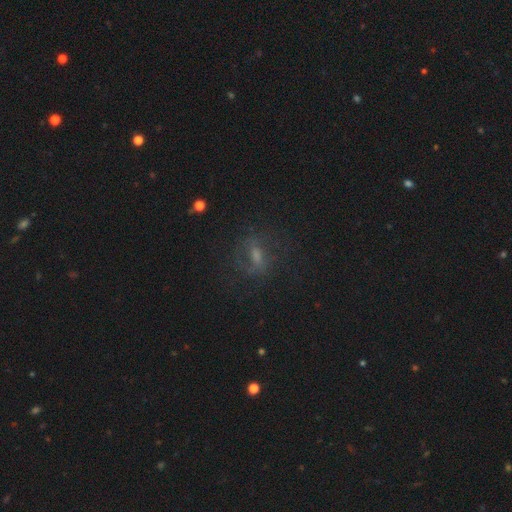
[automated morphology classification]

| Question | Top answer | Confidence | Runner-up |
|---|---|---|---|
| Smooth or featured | featured or disk | 35% | star or artifact (33%) |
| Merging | none | 76% | minor disturbance (13%) |